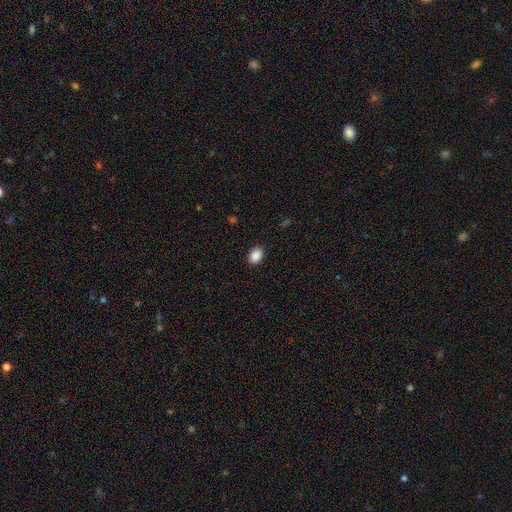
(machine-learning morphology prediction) Overall: smooth (89%). How rounded: in between (72%). Merging: none (90%).